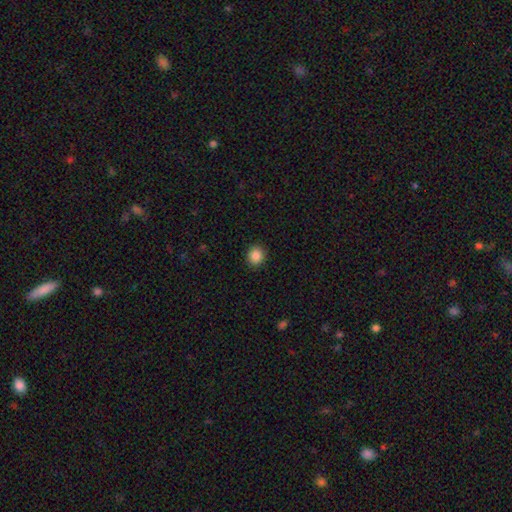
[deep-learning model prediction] Smooth or featured? smooth (87%)
How rounded? round (82%)
Merging? none (91%)